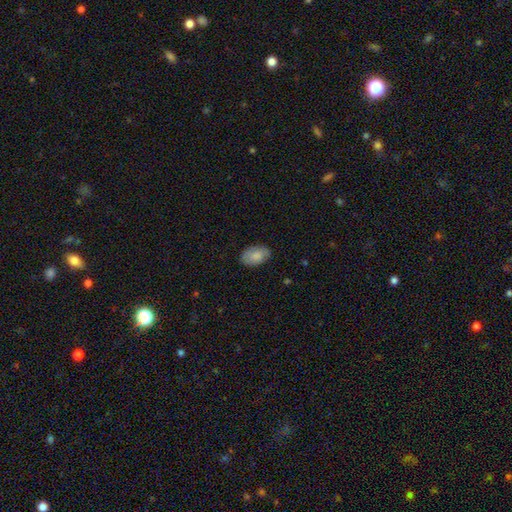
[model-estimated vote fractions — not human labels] Smooth or featured? smooth (79%)
How rounded? in between (91%)
Merging? none (76%)